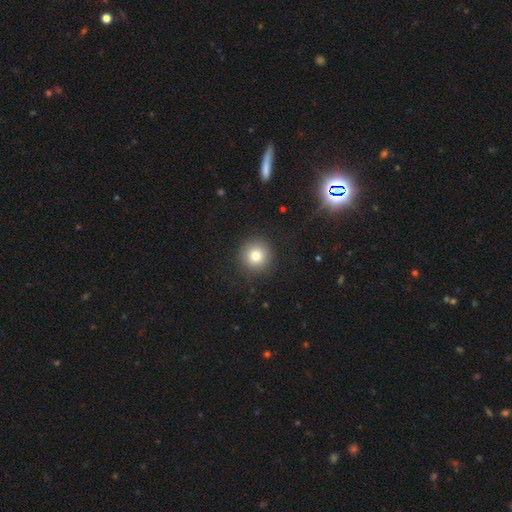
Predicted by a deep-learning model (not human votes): smooth 81%, star or artifact 11%, featured or disk 8%. Down the decision tree: how rounded — round (94%); merging — none (90%).